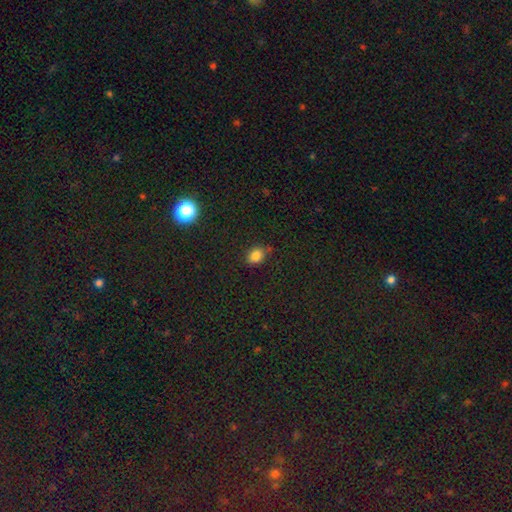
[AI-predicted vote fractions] A smooth galaxy with no disk features (81%) that is in between round and cigar-shaped (57%).

Vote fractions:
- Smooth or featured? smooth: 81% / star or artifact: 13% / featured or disk: 5%
- How rounded? in between: 57% / round: 42% / cigar-shaped: 1%
- Merging? none: 77% / minor disturbance: 16% / major disturbance: 4% / merger: 3%